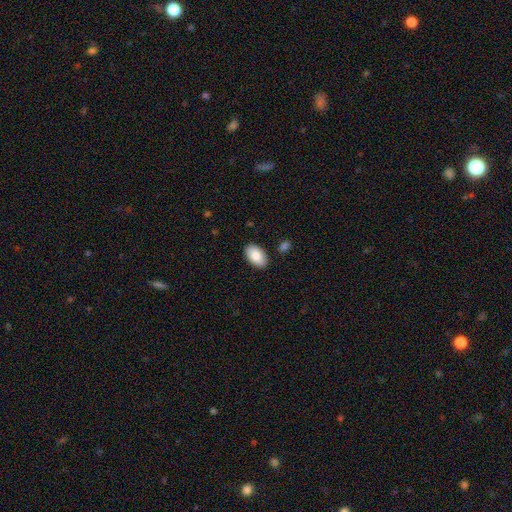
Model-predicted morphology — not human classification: Overall: smooth (84%). How rounded: in between (94%). Merging: none (87%).